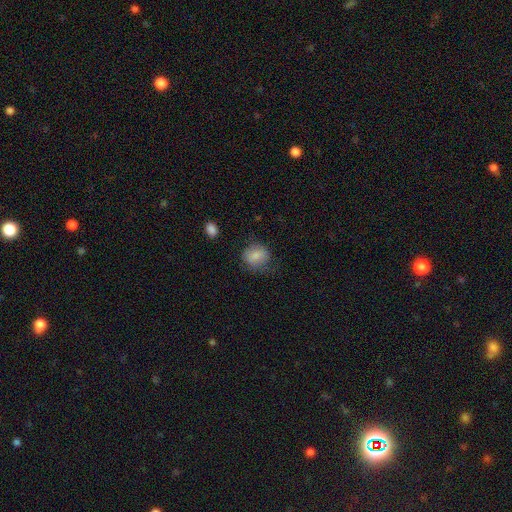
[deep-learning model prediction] This appears to be a smooth galaxy with no disk features (79%) that is round (68%). Merging: none (63%).